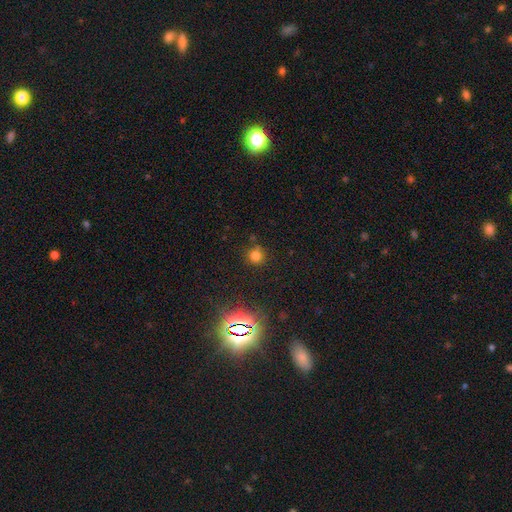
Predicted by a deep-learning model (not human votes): A smooth galaxy with no disk features (72%) that is round (90%). Merging: none (79%).